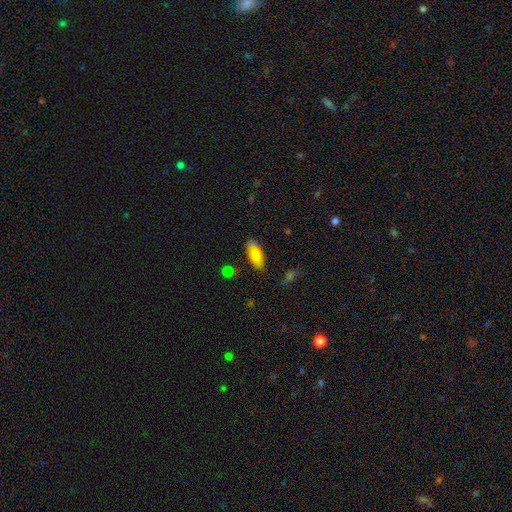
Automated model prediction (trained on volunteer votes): Smooth or featured? smooth (79%)
How rounded? in between (84%)
Merging? none (63%)